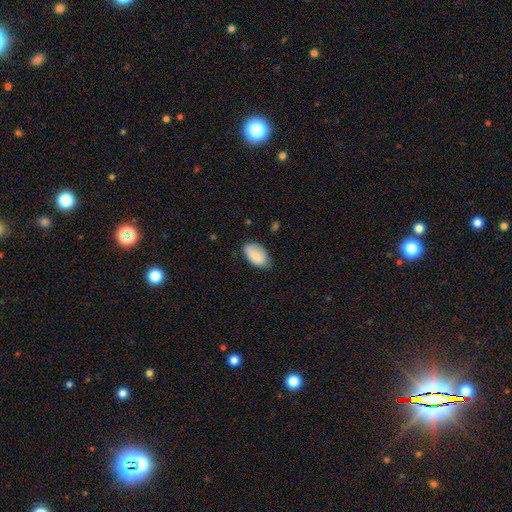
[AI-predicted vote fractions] This appears to be a smooth galaxy with no disk features (84%) that is in between round and cigar-shaped (94%). Merging: none (70%).